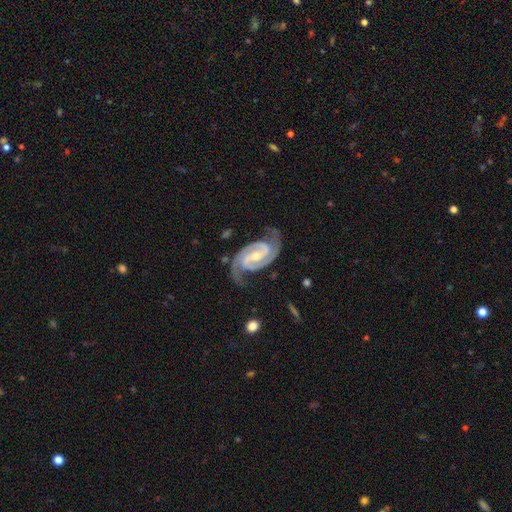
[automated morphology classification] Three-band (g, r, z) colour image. It shows a featured or disk galaxy (94%) with a weak bar (43%), 2 (93%) tight (49%) spiral arms (99%) and a small central bulge (51%). Merging: none (76%).